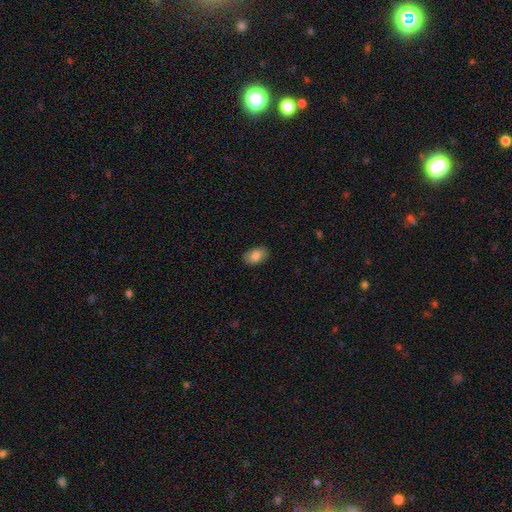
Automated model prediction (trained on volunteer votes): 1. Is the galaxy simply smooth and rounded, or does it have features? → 83% smooth, 10% featured or disk, 7% star or artifact.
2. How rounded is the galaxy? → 88% in between, 11% round, 1% cigar-shaped.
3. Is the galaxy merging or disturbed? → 88% none, 9% minor disturbance, 2% major disturbance, 1% merger.